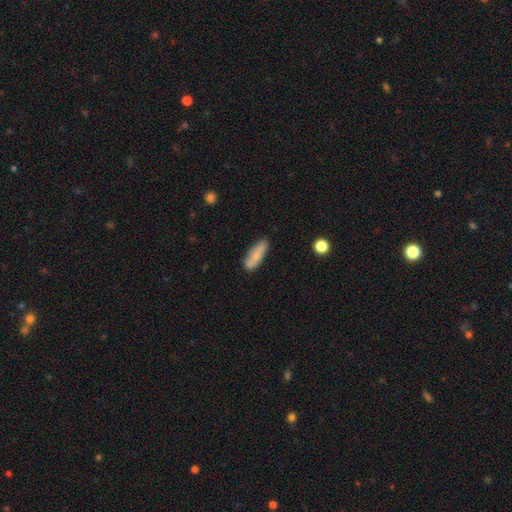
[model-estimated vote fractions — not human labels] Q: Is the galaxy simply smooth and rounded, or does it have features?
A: smooth — 75%.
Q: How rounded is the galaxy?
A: in between — 49%.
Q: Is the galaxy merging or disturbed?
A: none — 77%.